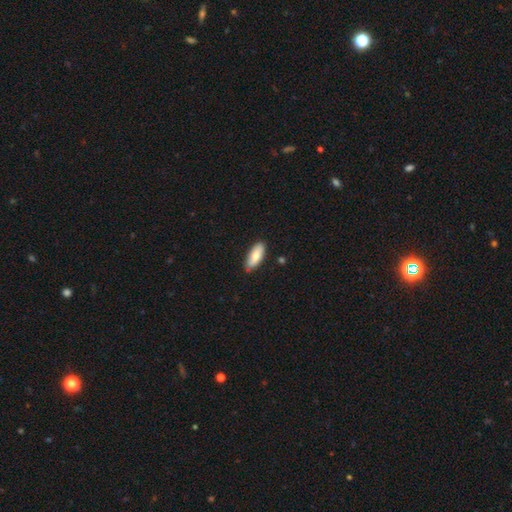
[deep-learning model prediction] smooth-or-featured: smooth: 77% | featured or disk: 17% | star or artifact: 6%
  how-rounded: in between: 78% | cigar-shaped: 20% | round: 2%
  merging: none: 82% | minor disturbance: 14% | major disturbance: 2% | merger: 1%